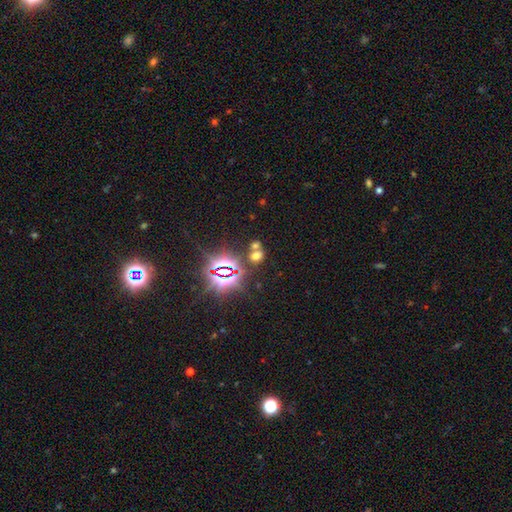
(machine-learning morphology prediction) A star or artifact, not a galaxy (45%).

Vote fractions:
- Smooth or featured? star or artifact: 45% / smooth: 44% / featured or disk: 11%